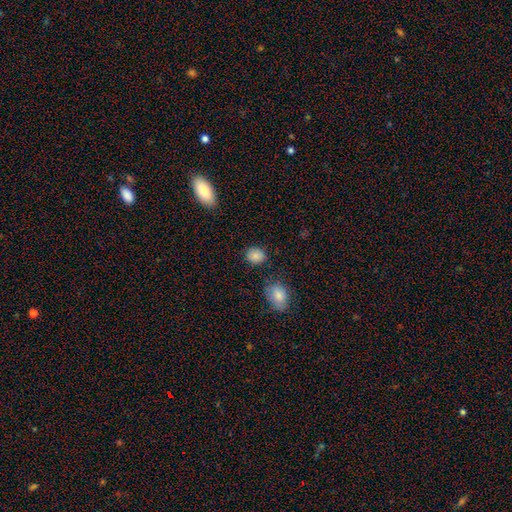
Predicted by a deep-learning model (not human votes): smooth_or_featured: smooth (p=0.86) [alt: star or artifact p=0.10]
how_rounded: round (p=0.63) [alt: in between p=0.35]
merging: none (p=0.81) [alt: minor disturbance p=0.13]